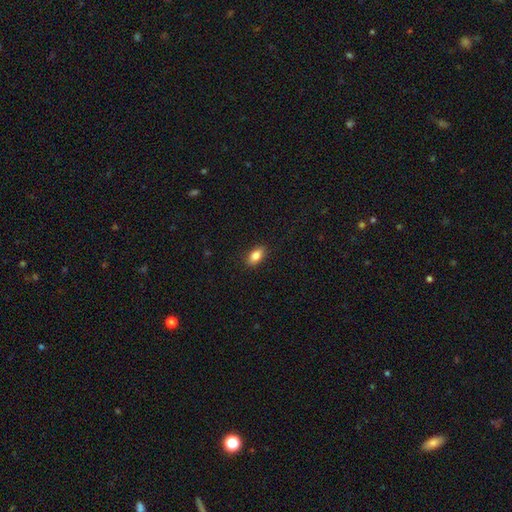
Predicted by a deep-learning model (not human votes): This is clearly a smooth galaxy (85%). How rounded: clearly in between (89%). Merging: clearly none (89%).